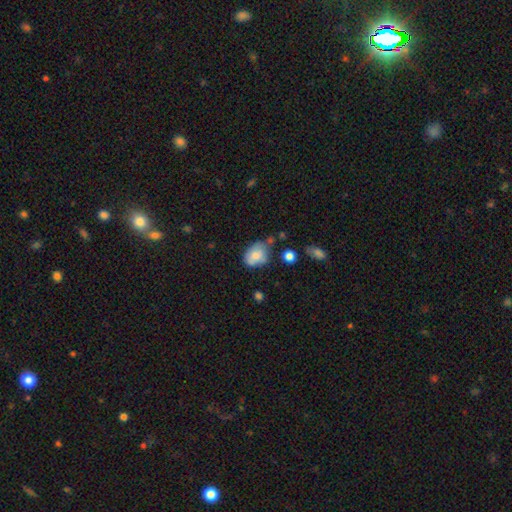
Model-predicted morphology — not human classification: This is likely a smooth galaxy (73%). How rounded: likely in between (63%). Merging: possibly none (50%).